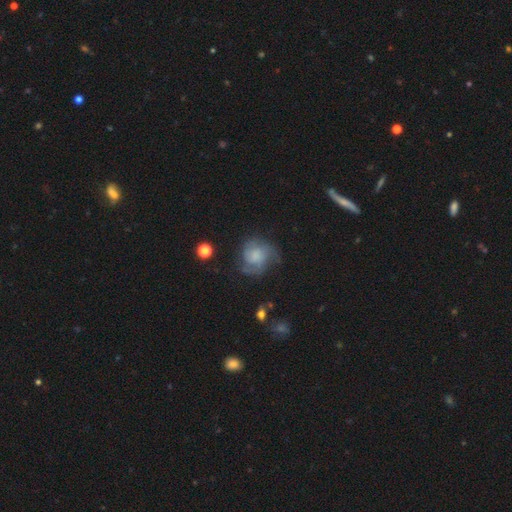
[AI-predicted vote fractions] Morphology: type=featured or disk (59%); edge-on=no (98%); bar=no (73%); spiral arms=yes (86%); bulge=none (41%); merging=none (55%).